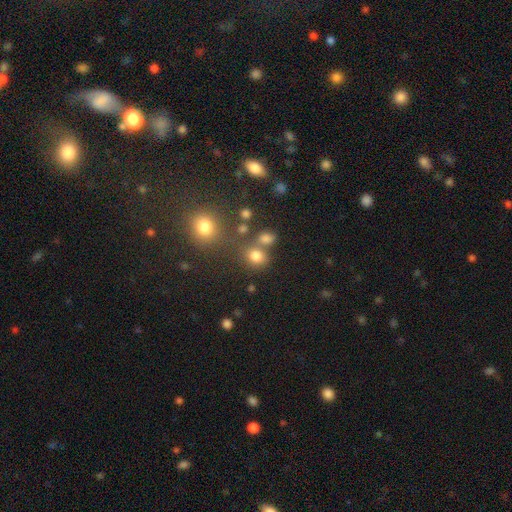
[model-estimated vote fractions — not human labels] smooth 76%, star or artifact 17%, featured or disk 7%. Down the decision tree: how rounded — round (65%); merging — none (61%).